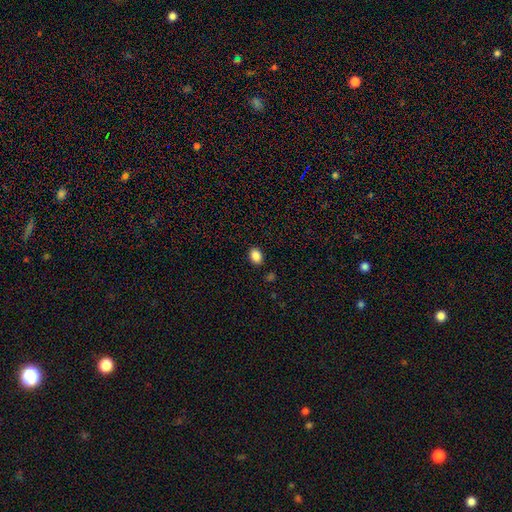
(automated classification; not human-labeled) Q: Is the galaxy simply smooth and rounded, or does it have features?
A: smooth — 88%.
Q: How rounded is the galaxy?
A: in between — 78%.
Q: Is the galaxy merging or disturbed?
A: none — 87%.